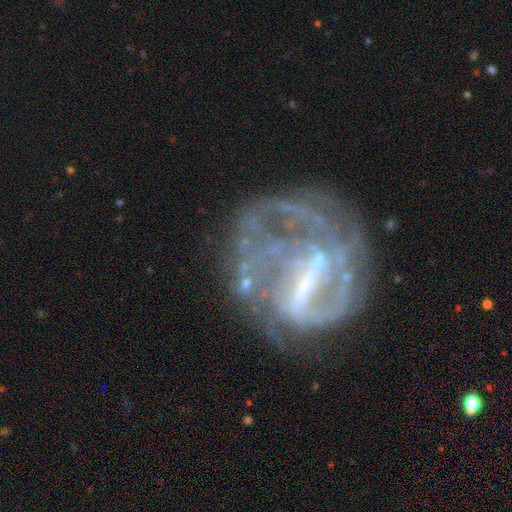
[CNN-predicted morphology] Smooth or featured? featured or disk (84%)
Edge-on disk? no (98%)
Bar? strong (50%)
Spiral arms? yes (77%)
Spiral winding? medium (38%)
Spiral arm count? can't tell (34%)
Bulge size? none (45%)
Merging? none (46%)